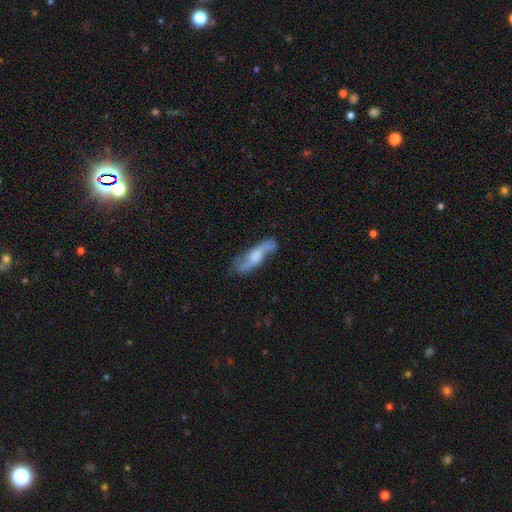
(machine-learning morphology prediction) Q: Smooth or featured?
A: featured or disk (61%); runner-up: smooth (32%)
Q: Edge-on disk?
A: no (72%); runner-up: yes (28%)
Q: Merging?
A: none (69%); runner-up: minor disturbance (21%)